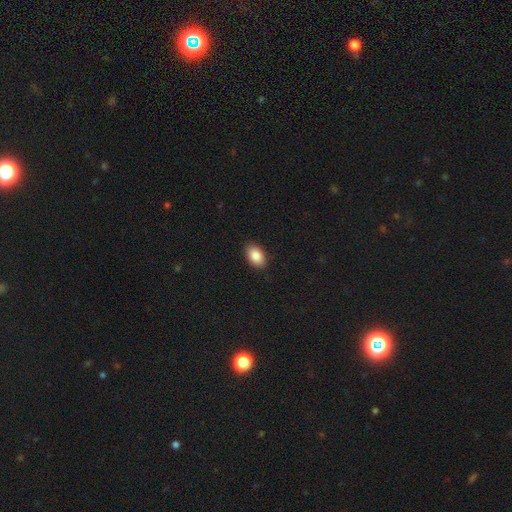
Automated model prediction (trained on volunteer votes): smooth-or-featured: smooth: 86% | star or artifact: 8% | featured or disk: 6%
  how-rounded: in between: 91% | round: 7% | cigar-shaped: 1%
  merging: none: 89% | minor disturbance: 8% | major disturbance: 2% | merger: 1%